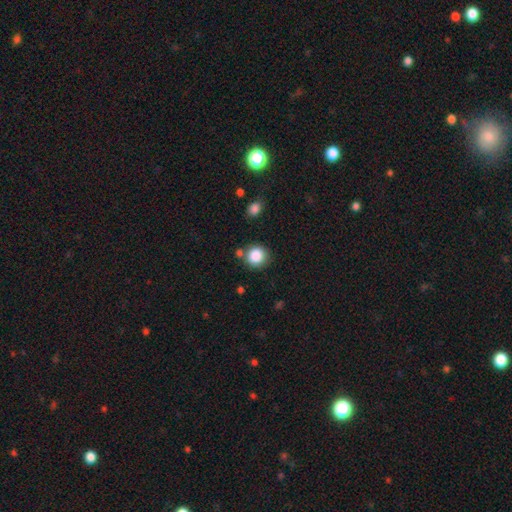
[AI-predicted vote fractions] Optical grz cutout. It shows a smooth galaxy with no disk features (86%) that is round (90%). Merging: none (77%).